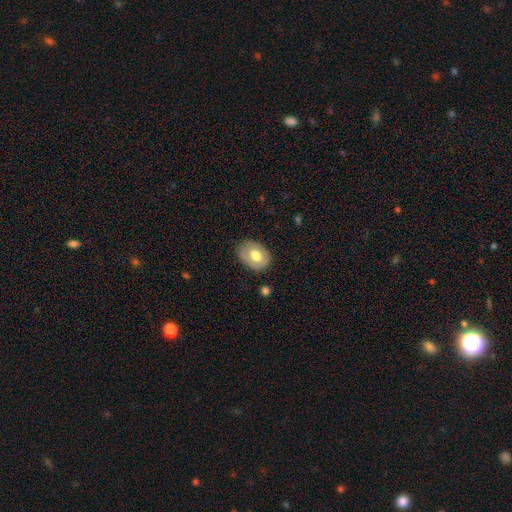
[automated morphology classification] Smooth or featured?
  - smooth: 60% *
  - featured or disk: 34%
  - star or artifact: 7%
How rounded?
  - in between: 79% *
  - round: 20%
  - cigar-shaped: 1%
Merging?
  - none: 76% *
  - minor disturbance: 18%
  - major disturbance: 5%
  - merger: 1%